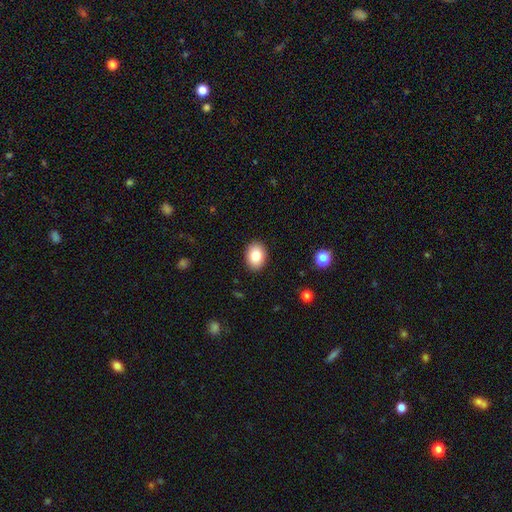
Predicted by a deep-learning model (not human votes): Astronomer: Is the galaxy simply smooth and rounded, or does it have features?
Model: smooth — 84%.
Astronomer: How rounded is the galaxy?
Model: in between — 72%.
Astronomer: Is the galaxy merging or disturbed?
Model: none — 90%.